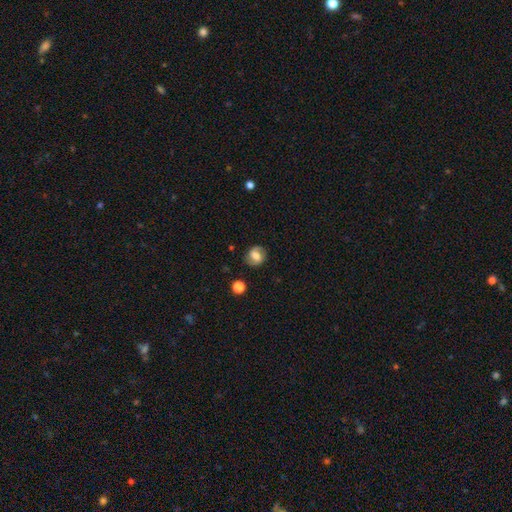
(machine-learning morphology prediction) A featured or disk galaxy (51%).

Vote fractions:
- Smooth or featured? featured or disk: 51% / smooth: 40% / star or artifact: 9%
- Edge-on disk? no: 97% / yes: 3%
- Merging? none: 82% / minor disturbance: 12% / major disturbance: 4% / merger: 2%